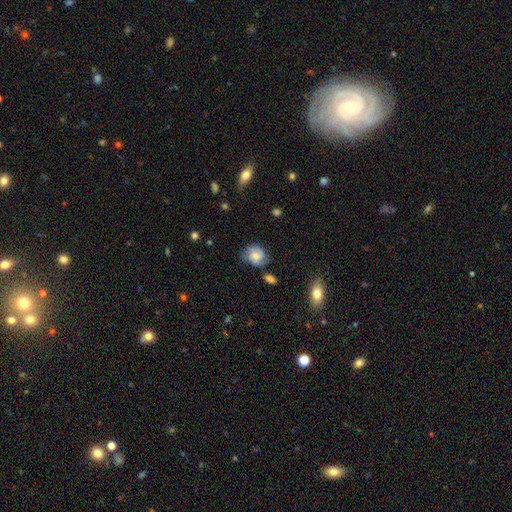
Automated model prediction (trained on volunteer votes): Q: Smooth or featured?
A: smooth (56%); runner-up: featured or disk (35%)
Q: How rounded?
A: round (65%); runner-up: in between (34%)
Q: Merging?
A: none (63%); runner-up: minor disturbance (26%)